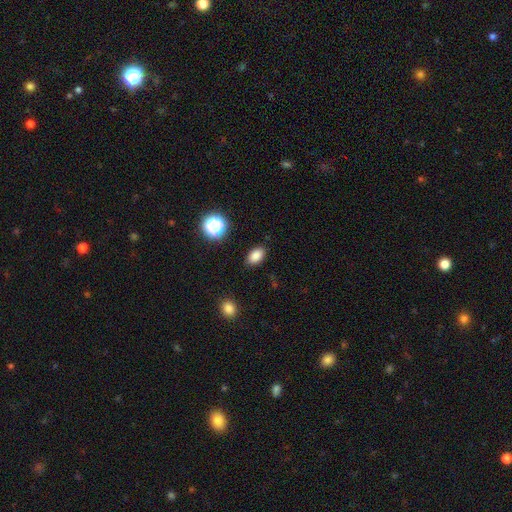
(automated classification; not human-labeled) Smooth or featured? Predicted: smooth (p=0.84). How rounded? Predicted: in between (p=0.87). Merging? Predicted: none (p=0.88).